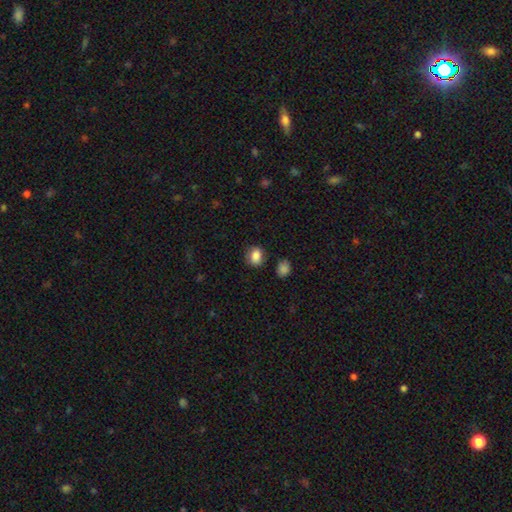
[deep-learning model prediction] Smooth or featured?
  - smooth: 84% *
  - star or artifact: 9%
  - featured or disk: 7%
How rounded?
  - in between: 53% *
  - round: 46%
  - cigar-shaped: 1%
Merging?
  - none: 77% *
  - minor disturbance: 15%
  - major disturbance: 4%
  - merger: 3%